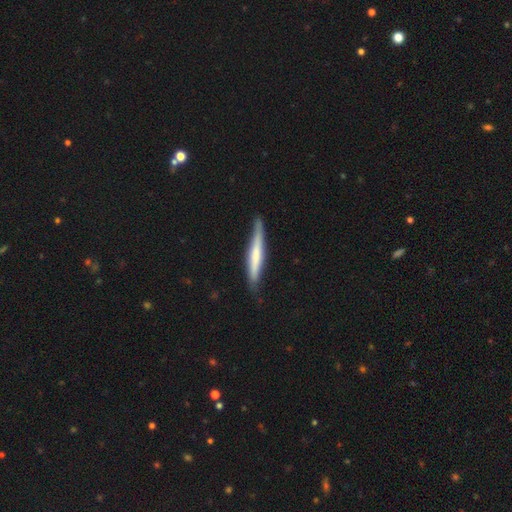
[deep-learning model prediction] smooth_or_featured: smooth (p=0.52) [alt: featured or disk p=0.43]
how_rounded: cigar-shaped (p=0.95) [alt: in between p=0.04]
merging: none (p=0.77) [alt: minor disturbance p=0.19]